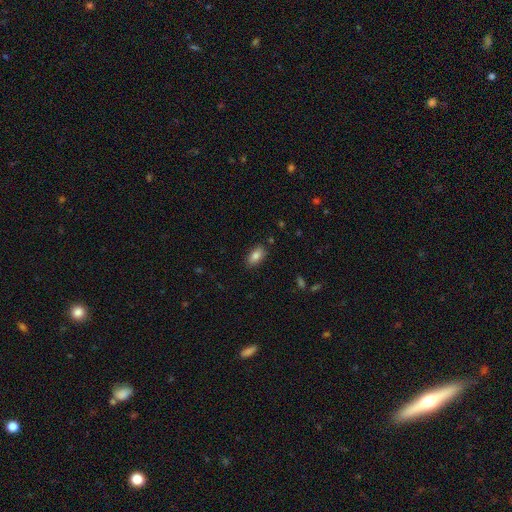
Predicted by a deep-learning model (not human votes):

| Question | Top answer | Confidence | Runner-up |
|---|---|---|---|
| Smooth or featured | smooth | 84% | featured or disk (8%) |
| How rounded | in between | 89% | cigar-shaped (7%) |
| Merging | none | 84% | minor disturbance (11%) |